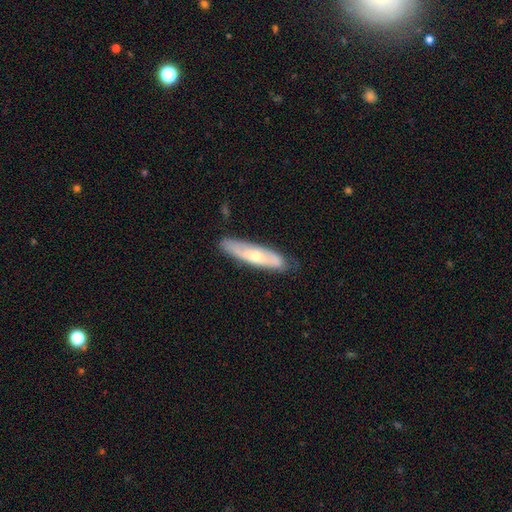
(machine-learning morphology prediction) Smooth or featured: featured or disk — 52% (smooth — 42%)
Edge-on disk: no — 54% (yes — 46%)
Merging: none — 77% (minor disturbance — 18%)